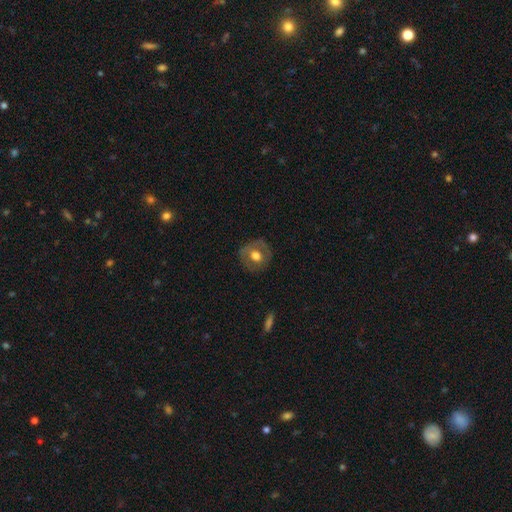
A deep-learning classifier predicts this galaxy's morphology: smooth 54%, featured or disk 38%, star or artifact 8%. Down the decision tree: how rounded — round (85%); merging — none (81%).